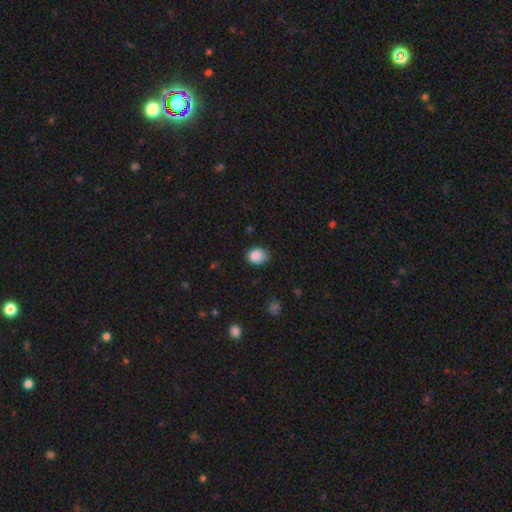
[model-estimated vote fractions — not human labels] Smooth or featured? Predicted: smooth (p=0.86). How rounded? Predicted: round (p=0.53). Merging? Predicted: none (p=0.63).